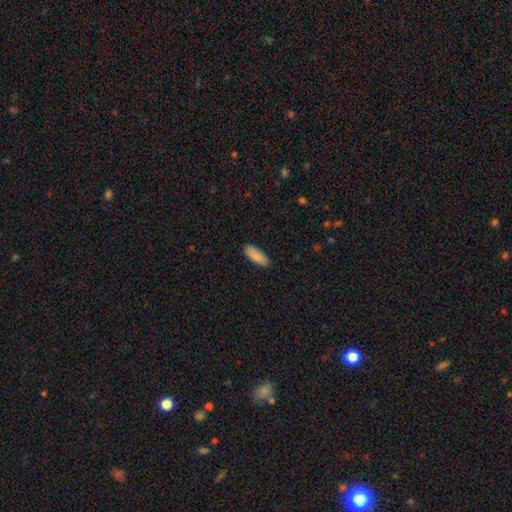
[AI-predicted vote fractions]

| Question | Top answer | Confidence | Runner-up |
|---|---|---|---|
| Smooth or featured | smooth | 90% | star or artifact (6%) |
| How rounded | in between | 73% | cigar-shaped (25%) |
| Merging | none | 89% | minor disturbance (8%) |